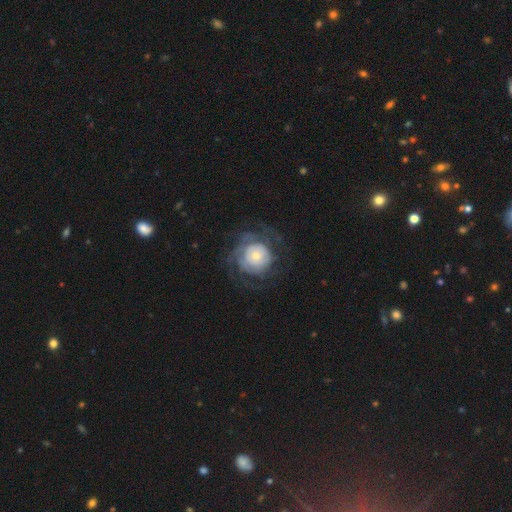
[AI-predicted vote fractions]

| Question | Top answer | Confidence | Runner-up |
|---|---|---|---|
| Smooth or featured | featured or disk | 64% | smooth (28%) |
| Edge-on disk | no | 97% | yes (3%) |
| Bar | no | 84% | weak (13%) |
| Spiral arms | yes | 77% | no (23%) |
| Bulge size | small | 48% | moderate (33%) |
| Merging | none | 60% | major disturbance (22%) |